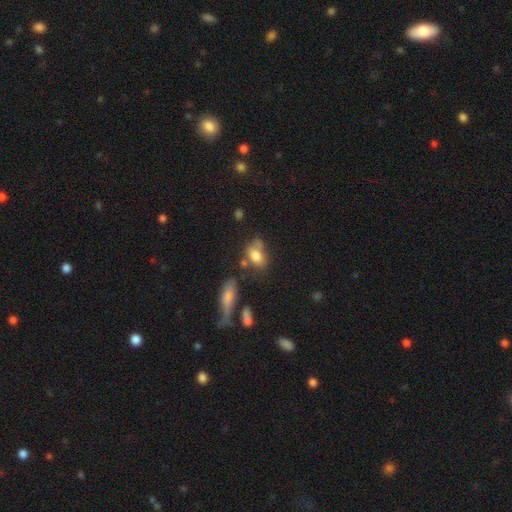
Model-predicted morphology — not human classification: Smooth or featured: smooth — 77% (featured or disk — 14%)
How rounded: in between — 81% (round — 16%)
Merging: none — 45% (minor disturbance — 24%)